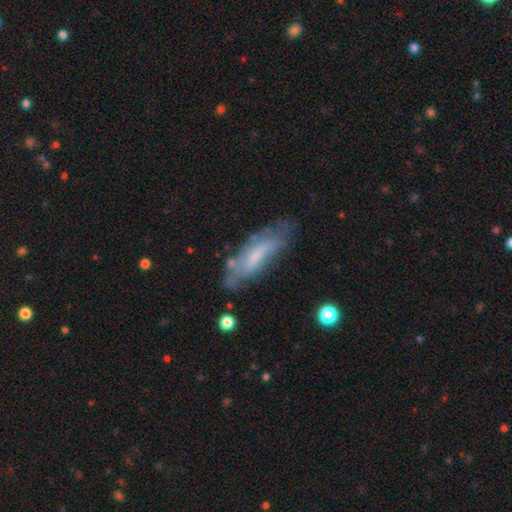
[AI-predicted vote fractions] Smooth or featured?
  - featured or disk: 47% *
  - smooth: 45%
  - star or artifact: 7%
Merging?
  - none: 59% *
  - minor disturbance: 26%
  - major disturbance: 10%
  - merger: 5%